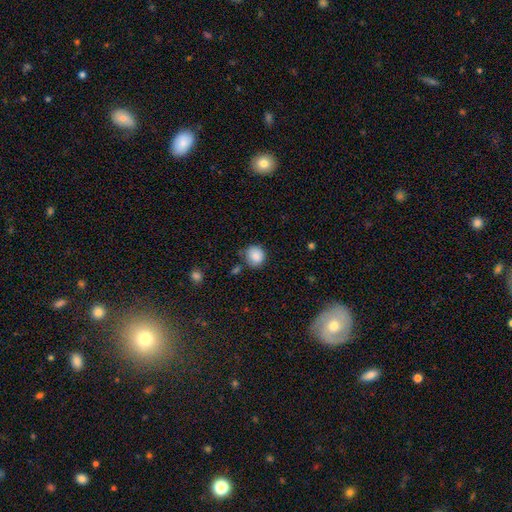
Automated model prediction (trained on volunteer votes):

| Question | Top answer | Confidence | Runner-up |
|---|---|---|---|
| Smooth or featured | smooth | 87% | star or artifact (8%) |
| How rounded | round | 87% | in between (12%) |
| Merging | none | 75% | minor disturbance (16%) |